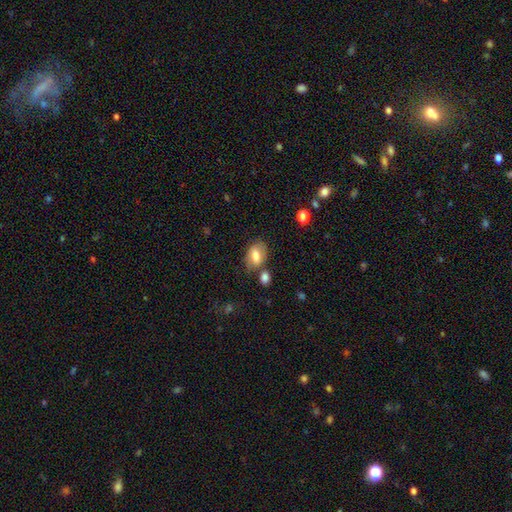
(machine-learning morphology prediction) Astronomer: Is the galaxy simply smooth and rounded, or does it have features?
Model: smooth — 71%.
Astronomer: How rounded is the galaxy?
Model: in between — 83%.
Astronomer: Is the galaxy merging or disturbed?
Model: none — 61%.